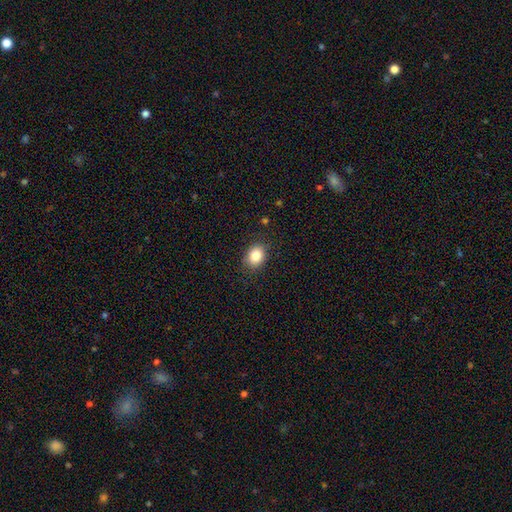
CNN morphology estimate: This is clearly a smooth galaxy (84%). How rounded: possibly in between (57%). Merging: clearly none (85%).